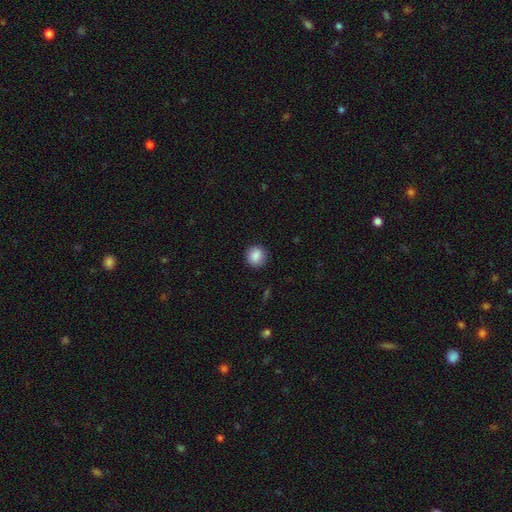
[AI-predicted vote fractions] Q: Smooth or featured?
A: smooth (88%); runner-up: star or artifact (8%)
Q: How rounded?
A: round (90%); runner-up: in between (9%)
Q: Merging?
A: none (89%); runner-up: minor disturbance (8%)